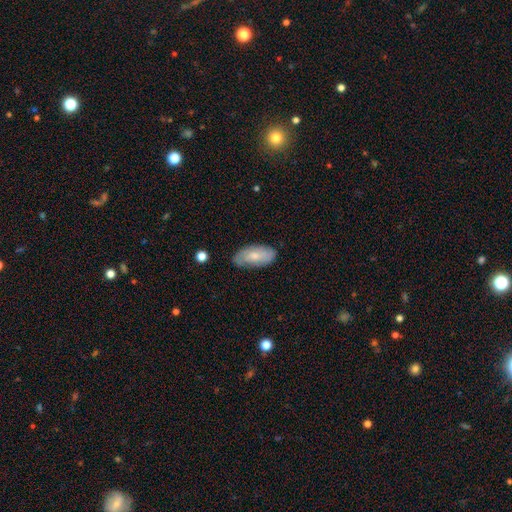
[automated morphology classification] Q: Smooth or featured?
A: smooth (62%); runner-up: featured or disk (32%)
Q: How rounded?
A: in between (91%); runner-up: cigar-shaped (6%)
Q: Merging?
A: none (72%); runner-up: minor disturbance (22%)